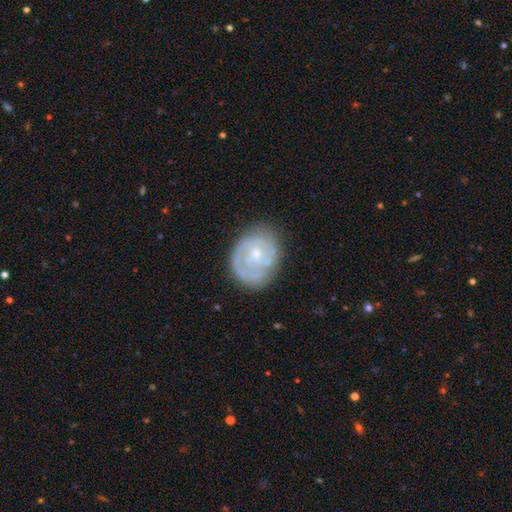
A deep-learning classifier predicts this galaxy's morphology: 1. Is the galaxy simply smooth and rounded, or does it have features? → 75% featured or disk, 19% smooth, 6% star or artifact.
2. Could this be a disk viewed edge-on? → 98% no, 2% yes.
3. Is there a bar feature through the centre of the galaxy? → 70% no, 26% weak, 4% strong.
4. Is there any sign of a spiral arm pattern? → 85% yes, 15% no.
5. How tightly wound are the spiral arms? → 63% tight, 28% medium, 9% loose.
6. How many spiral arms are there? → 40% 2, 28% can't tell, 17% 1, 10% 3, 3% 4, 3% more than 4.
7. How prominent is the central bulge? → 65% small, 30% moderate, 3% none, 1% large, 1% dominant.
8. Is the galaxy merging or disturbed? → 69% none, 20% minor disturbance, 8% major disturbance, 2% merger.